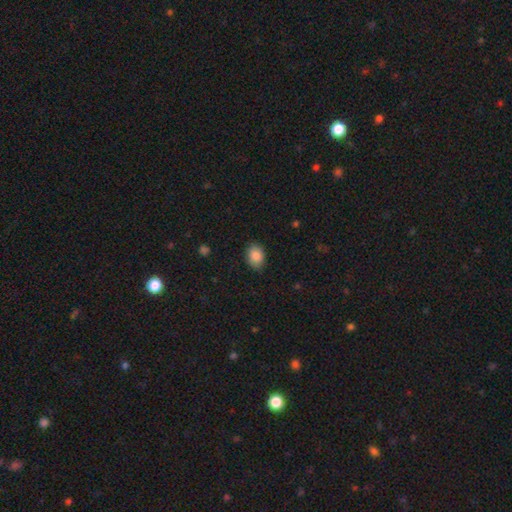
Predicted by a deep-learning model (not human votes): smooth 87%, star or artifact 8%, featured or disk 5%. Down the decision tree: how rounded — in between (73%); merging — none (86%).